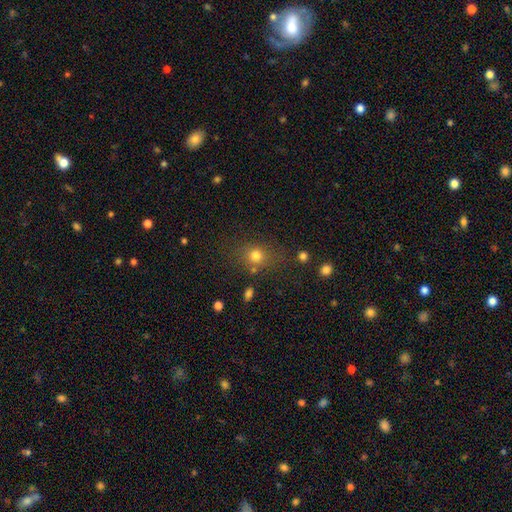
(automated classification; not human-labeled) Smooth or featured: smooth — 76% (star or artifact — 15%)
How rounded: round — 71% (in between — 27%)
Merging: none — 71% (minor disturbance — 14%)